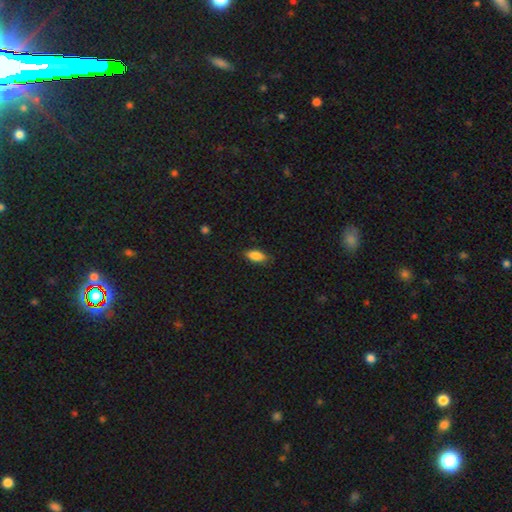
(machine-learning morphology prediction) Smooth or featured? smooth (86%)
How rounded? in between (85%)
Merging? none (81%)